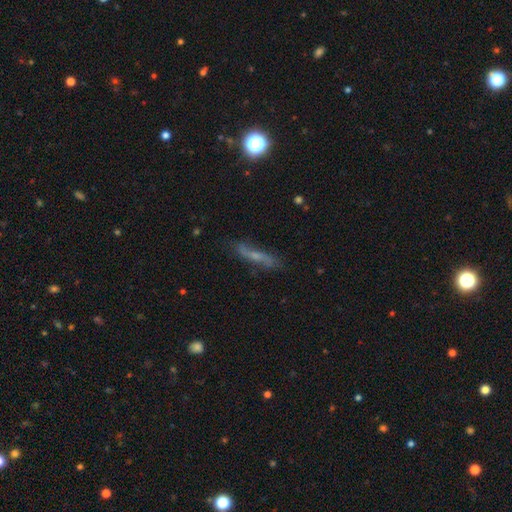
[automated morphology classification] type=featured or disk (57%); edge-on=no (54%); merging=none (73%).